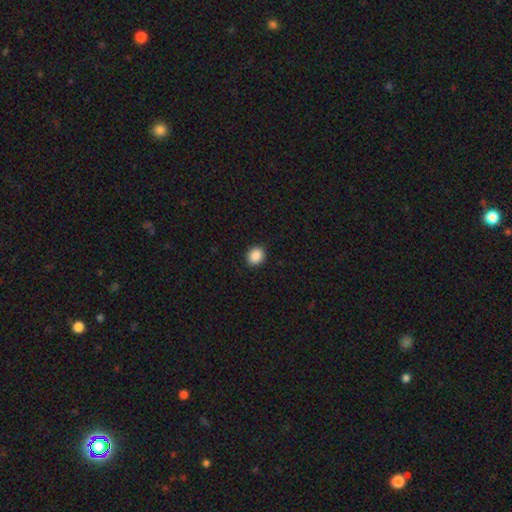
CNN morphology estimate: Smooth or featured? Predicted: smooth (p=0.89). How rounded? Predicted: round (p=0.66). Merging? Predicted: none (p=0.91).